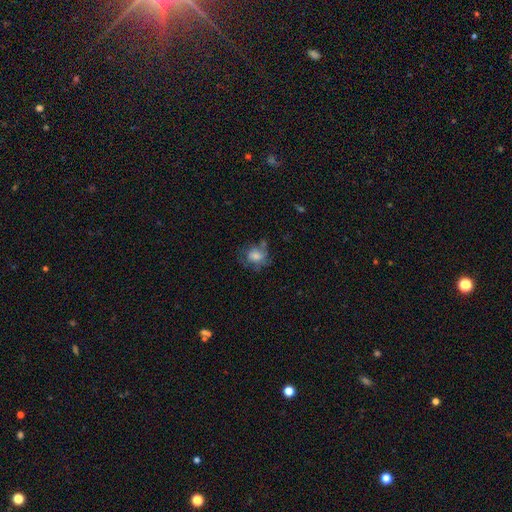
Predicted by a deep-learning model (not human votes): Smooth or featured?
  - smooth: 62% *
  - featured or disk: 27%
  - star or artifact: 11%
How rounded?
  - round: 53% *
  - in between: 46%
  - cigar-shaped: 1%
Merging?
  - none: 47% *
  - minor disturbance: 27%
  - major disturbance: 20%
  - merger: 5%